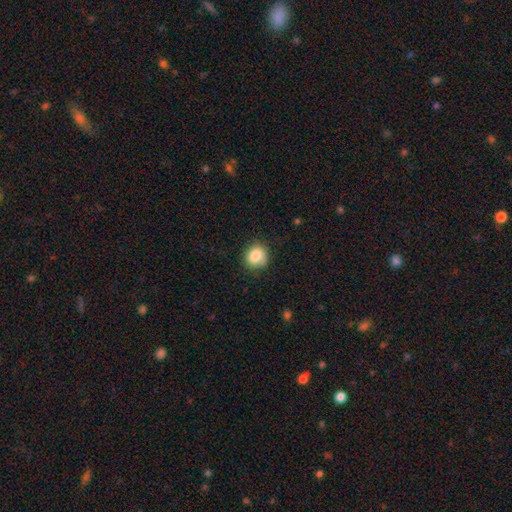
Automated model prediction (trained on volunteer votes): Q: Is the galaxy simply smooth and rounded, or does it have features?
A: smooth — 84%.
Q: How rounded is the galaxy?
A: round — 80%.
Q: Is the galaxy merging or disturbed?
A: none — 75%.